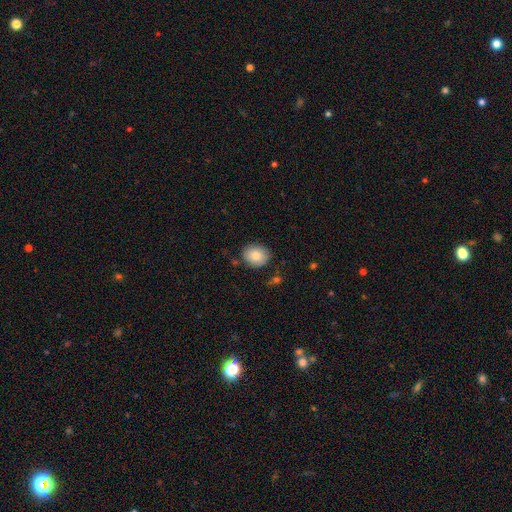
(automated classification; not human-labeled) Smooth or featured: smooth — 83% (featured or disk — 9%)
How rounded: round — 58% (in between — 41%)
Merging: none — 82% (minor disturbance — 13%)